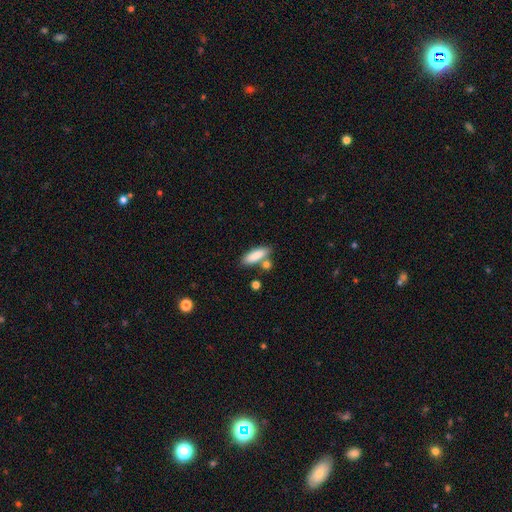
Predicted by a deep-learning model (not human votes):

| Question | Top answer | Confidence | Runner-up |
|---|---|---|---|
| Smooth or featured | smooth | 86% | featured or disk (8%) |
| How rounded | in between | 58% | cigar-shaped (39%) |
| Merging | none | 67% | merger (16%) |